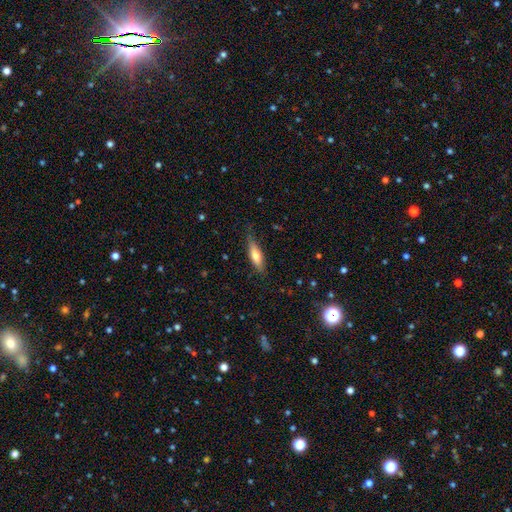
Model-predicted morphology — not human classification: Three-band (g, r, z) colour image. It shows a smooth galaxy with no disk features (64%) that is cigar-shaped (56%). Merging: none (75%).